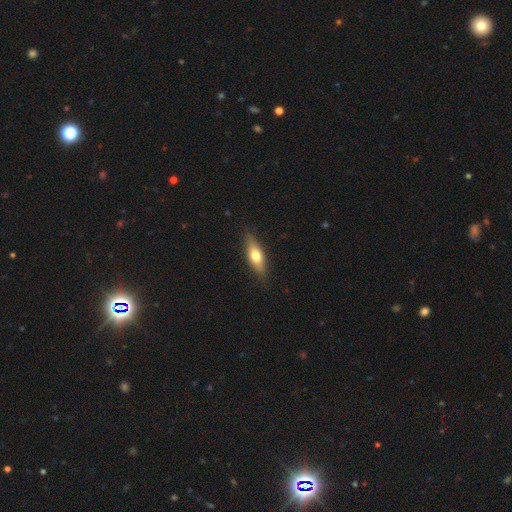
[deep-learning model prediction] Smooth or featured? Predicted: smooth (p=0.61). How rounded? Predicted: in between (p=0.58). Merging? Predicted: none (p=0.85).